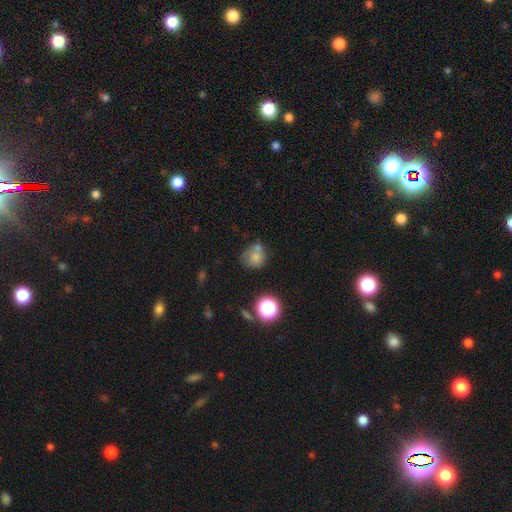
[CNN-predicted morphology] The model was most divided on "merging": none: 47%, merger: 27%, minor disturbance: 18%, major disturbance: 8%. More confident: how rounded — round (79%); smooth or featured — smooth (71%).